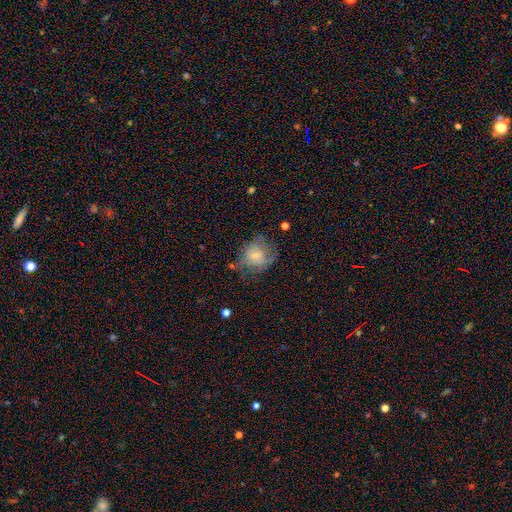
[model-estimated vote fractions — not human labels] Smooth or featured?
  - smooth: 53% *
  - featured or disk: 37%
  - star or artifact: 11%
How rounded?
  - round: 55% *
  - in between: 44%
  - cigar-shaped: 1%
Merging?
  - none: 43% *
  - minor disturbance: 28%
  - major disturbance: 26%
  - merger: 3%